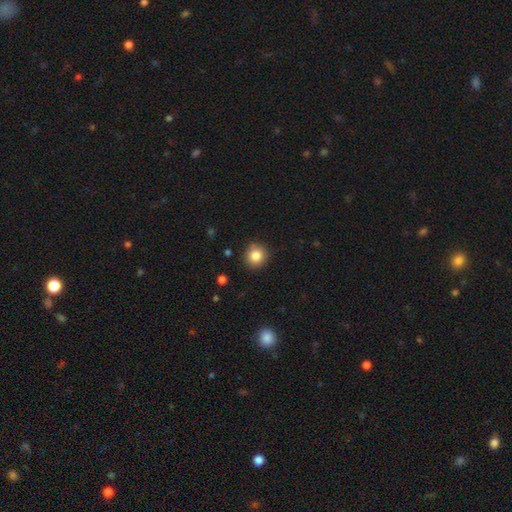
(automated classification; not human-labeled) The model was most divided on "smooth or featured": smooth: 84%, star or artifact: 10%, featured or disk: 6%. More confident: how rounded — round (90%); merging — none (88%).